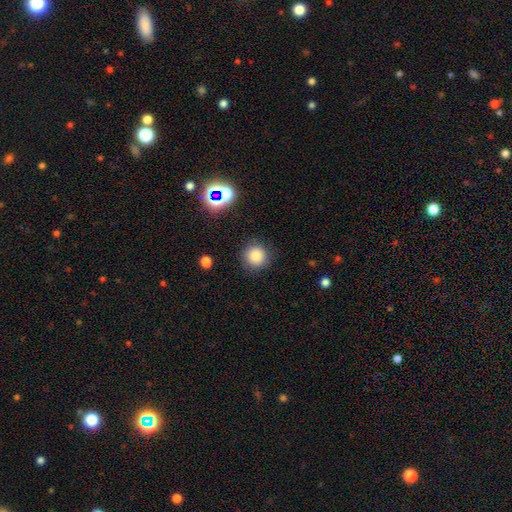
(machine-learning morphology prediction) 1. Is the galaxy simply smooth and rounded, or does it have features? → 83% smooth, 13% star or artifact, 5% featured or disk.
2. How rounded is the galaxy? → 94% round, 5% in between, 1% cigar-shaped.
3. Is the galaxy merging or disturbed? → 88% none, 8% minor disturbance, 3% major disturbance, 2% merger.